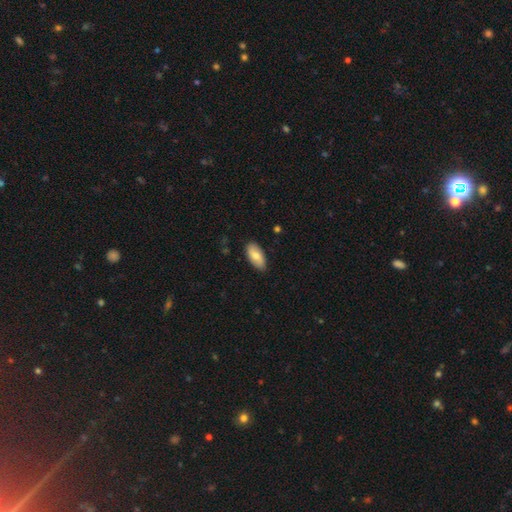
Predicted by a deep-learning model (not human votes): This is likely a smooth galaxy (75%). How rounded: clearly in between (92%). Merging: clearly none (85%).